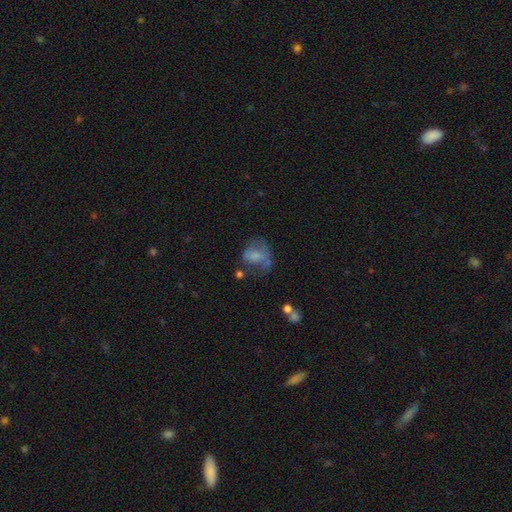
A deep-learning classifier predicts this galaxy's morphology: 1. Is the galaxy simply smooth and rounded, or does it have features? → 56% smooth, 33% featured or disk, 11% star or artifact.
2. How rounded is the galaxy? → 57% in between, 41% round, 1% cigar-shaped.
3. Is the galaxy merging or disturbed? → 36% major disturbance, 30% none, 25% minor disturbance, 8% merger.